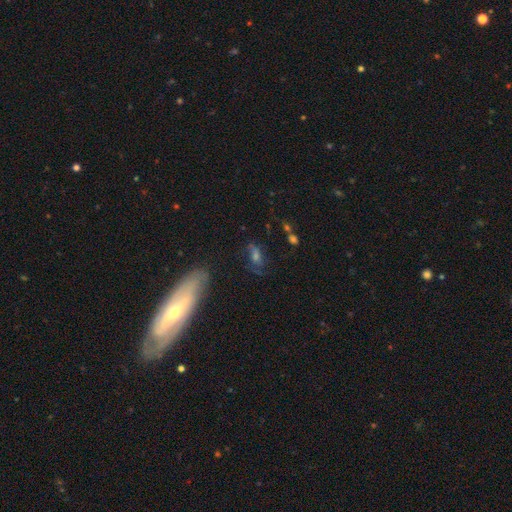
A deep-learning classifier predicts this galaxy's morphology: Smooth or featured?
  - featured or disk: 44% *
  - smooth: 37%
  - star or artifact: 20%
Merging?
  - none: 59% *
  - minor disturbance: 20%
  - major disturbance: 15%
  - merger: 5%